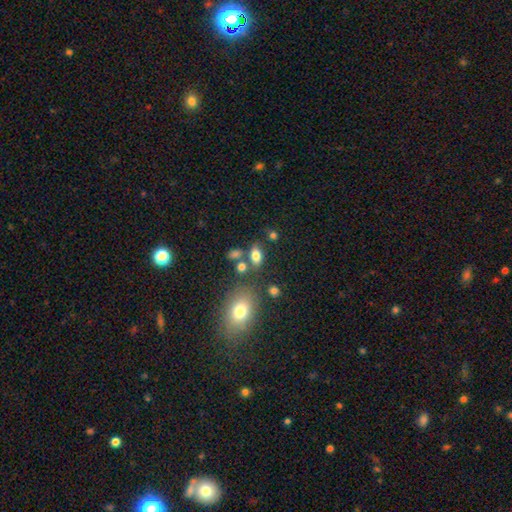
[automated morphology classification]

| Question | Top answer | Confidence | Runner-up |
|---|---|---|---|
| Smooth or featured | smooth | 78% | star or artifact (11%) |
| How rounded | in between | 85% | round (12%) |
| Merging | none | 64% | merger (17%) |